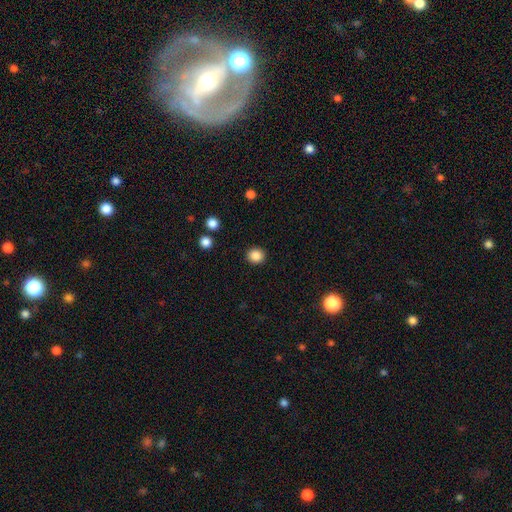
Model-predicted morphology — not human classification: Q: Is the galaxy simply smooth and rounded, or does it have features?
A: smooth — 87%.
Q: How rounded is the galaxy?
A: round — 84%.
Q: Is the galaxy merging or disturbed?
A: none — 91%.